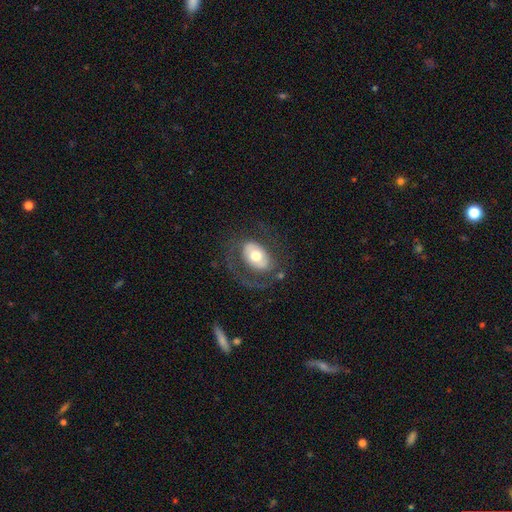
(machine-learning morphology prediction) Smooth or featured? Predicted: featured or disk (p=0.56). Edge-on disk? Predicted: no (p=0.94). Bar? Predicted: no (p=0.65). Spiral arms? Predicted: yes (p=0.56). Bulge size? Predicted: moderate (p=0.65). Merging? Predicted: none (p=0.59).